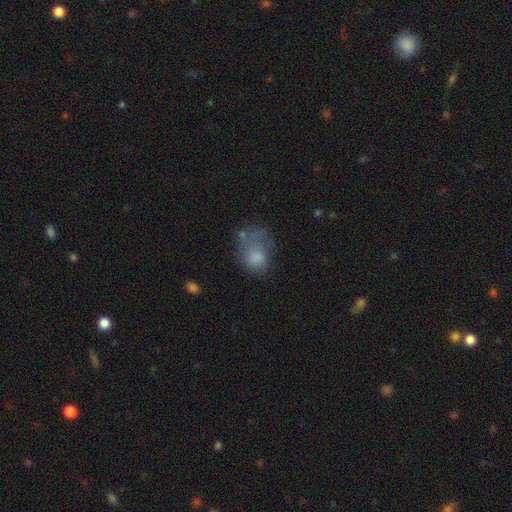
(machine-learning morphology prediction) Q: Smooth or featured?
A: smooth (67%); runner-up: featured or disk (21%)
Q: How rounded?
A: in between (68%); runner-up: round (30%)
Q: Merging?
A: major disturbance (41%); runner-up: none (27%)